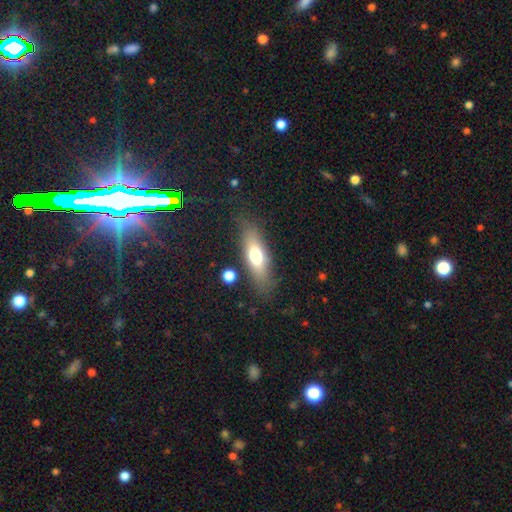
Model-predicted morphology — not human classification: Smooth or featured: smooth — 64% (featured or disk — 28%)
How rounded: in between — 59% (cigar-shaped — 37%)
Merging: none — 79% (minor disturbance — 13%)